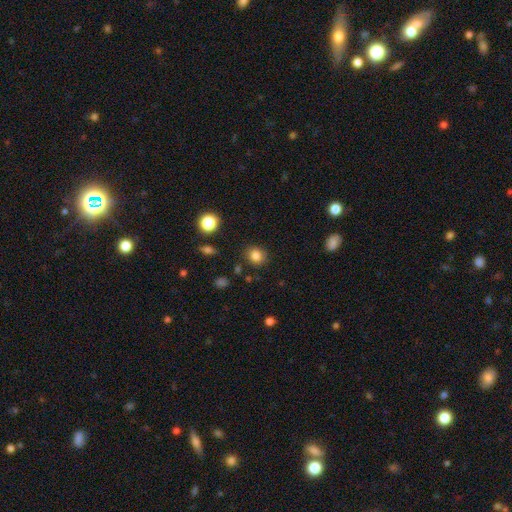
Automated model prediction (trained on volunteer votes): The model was most divided on "how rounded": round: 74%, in between: 25%, cigar-shaped: 1%. More confident: merging — none (85%); smooth or featured — smooth (82%).